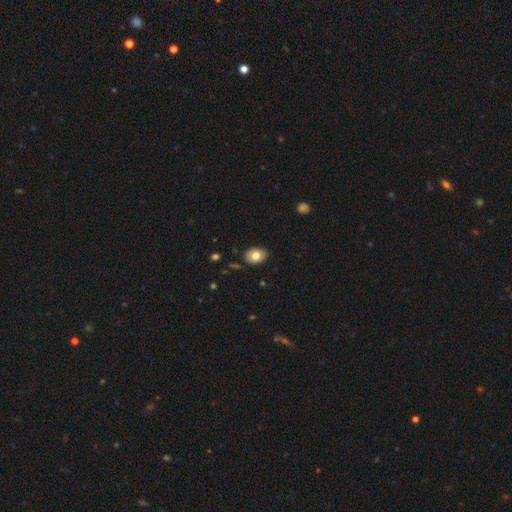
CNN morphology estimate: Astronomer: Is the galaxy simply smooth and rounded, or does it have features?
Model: smooth — 79%.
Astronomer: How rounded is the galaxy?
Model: in between — 77%.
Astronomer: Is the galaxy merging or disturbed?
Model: none — 87%.